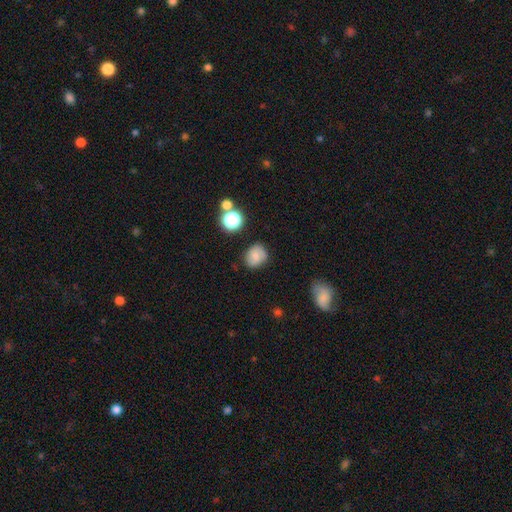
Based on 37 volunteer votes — This is likely a smooth galaxy (62%). How rounded: likely round (65%). Merging: clearly none (85%).